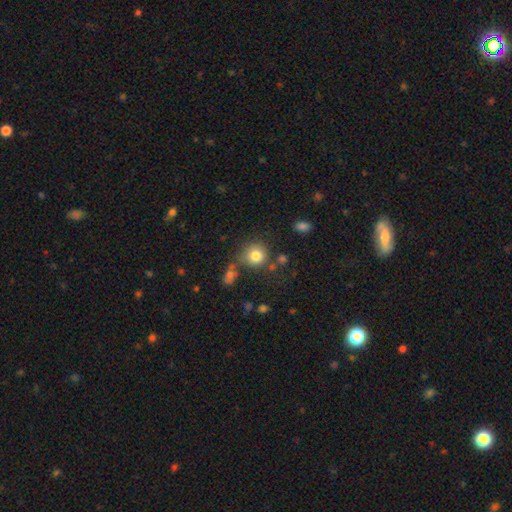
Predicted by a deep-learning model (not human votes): A smooth galaxy with no disk features (81%) that is round (89%). Merging: none (69%).